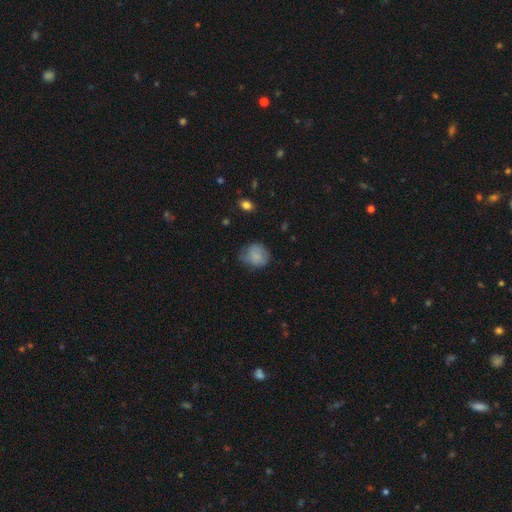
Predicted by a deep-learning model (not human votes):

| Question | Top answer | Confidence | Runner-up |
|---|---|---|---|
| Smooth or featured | smooth | 78% | featured or disk (13%) |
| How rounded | round | 73% | in between (26%) |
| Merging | none | 58% | minor disturbance (30%) |